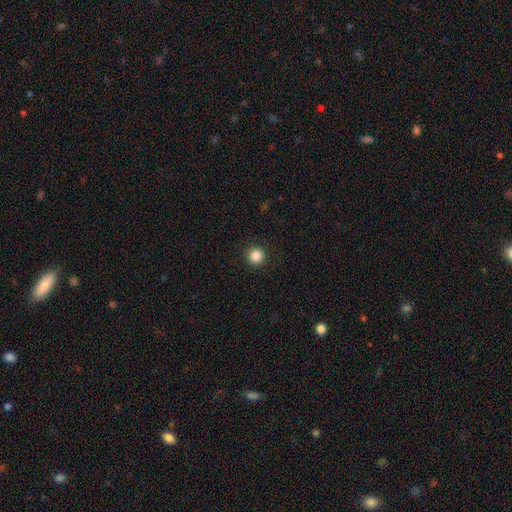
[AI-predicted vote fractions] A smooth galaxy with no disk features (85%) that is round (96%). Merging: none (93%).